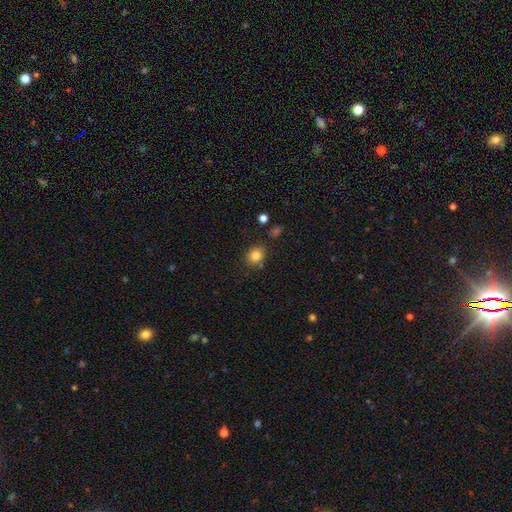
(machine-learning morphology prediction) The model was most divided on "how rounded": round: 72%, in between: 28%, cigar-shaped: 1%. More confident: smooth or featured — smooth (83%); merging — none (79%).